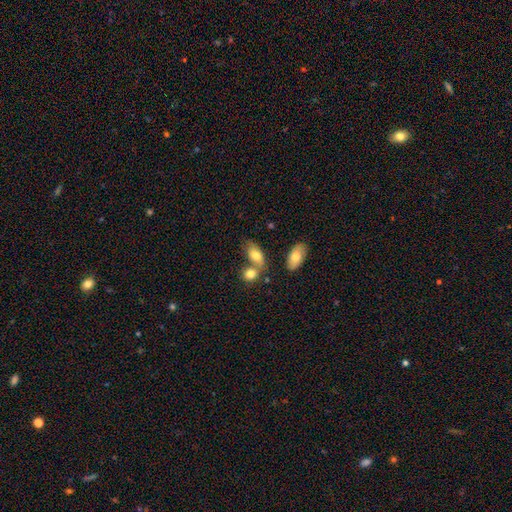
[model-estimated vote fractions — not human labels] Q: Smooth or featured?
A: smooth (78%); runner-up: featured or disk (15%)
Q: How rounded?
A: in between (84%); runner-up: round (11%)
Q: Merging?
A: none (41%); tied with: merger (41%)